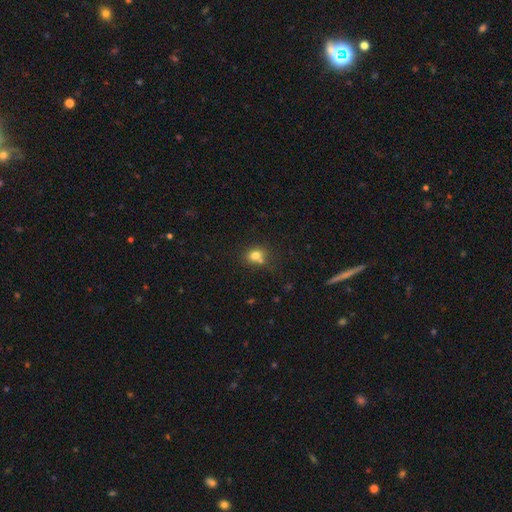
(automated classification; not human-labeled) The model was most divided on "how rounded": round: 61%, in between: 38%, cigar-shaped: 1%. More confident: smooth or featured — smooth (76%); merging — none (54%).